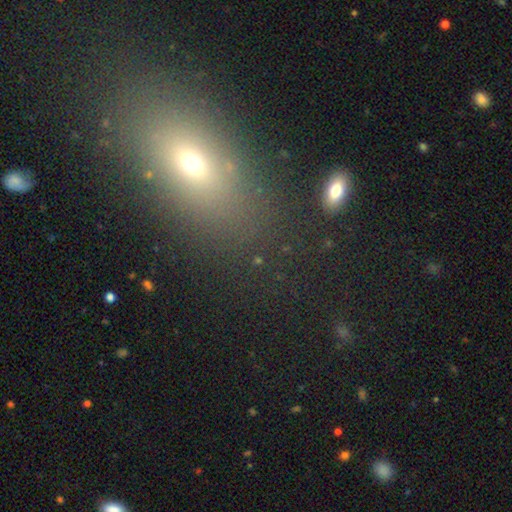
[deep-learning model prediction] Smooth or featured? Predicted: smooth (p=0.56). How rounded? Predicted: in between (p=0.68). Merging? Predicted: none (p=0.82).